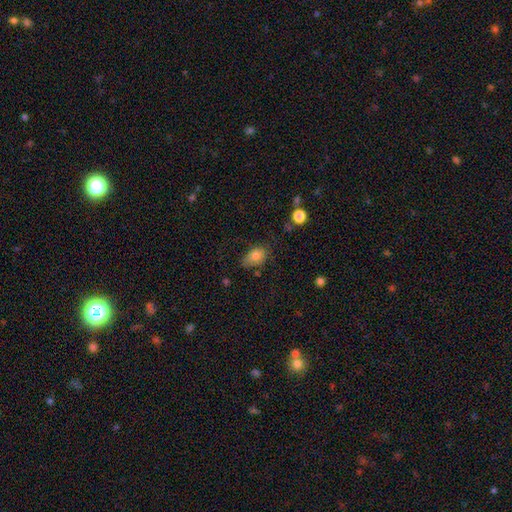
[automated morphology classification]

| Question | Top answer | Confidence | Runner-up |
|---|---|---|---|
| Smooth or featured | smooth | 81% | star or artifact (10%) |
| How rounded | in between | 81% | round (18%) |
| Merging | none | 54% | minor disturbance (32%) |